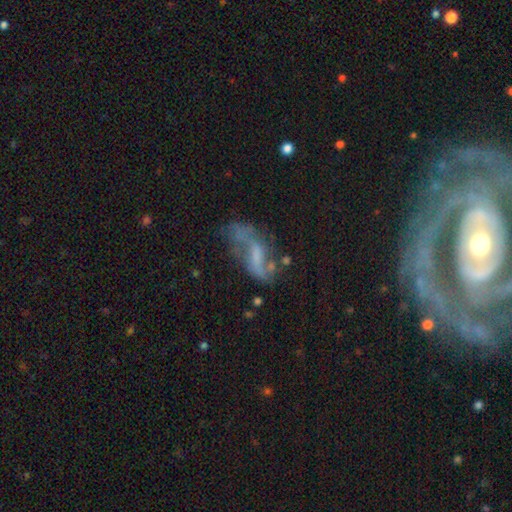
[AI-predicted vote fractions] A featured or disk galaxy (63%) with a weak bar (43%), spiral arms (69%) and no central bulge (41%). Merging: none (41%).